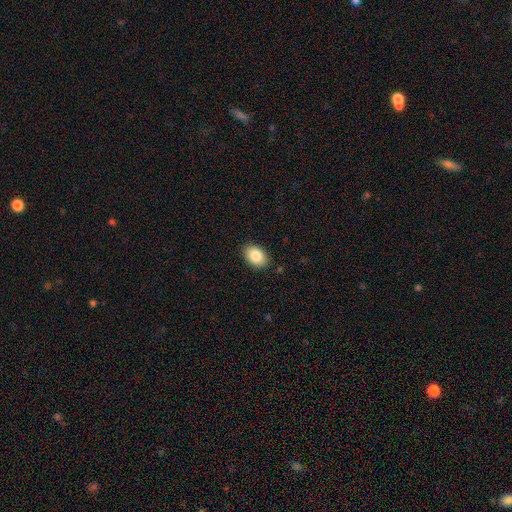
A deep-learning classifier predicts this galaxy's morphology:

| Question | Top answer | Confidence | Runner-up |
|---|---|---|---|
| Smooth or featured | smooth | 85% | star or artifact (8%) |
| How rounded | in between | 85% | round (14%) |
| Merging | none | 87% | minor disturbance (9%) |